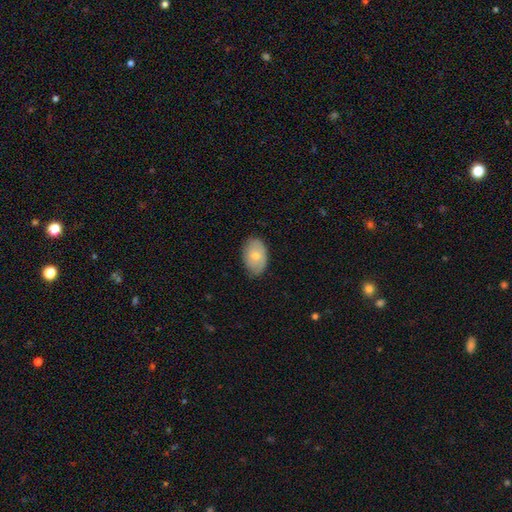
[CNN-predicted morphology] This is likely a smooth galaxy (72%). How rounded: clearly in between (87%). Merging: likely none (72%).